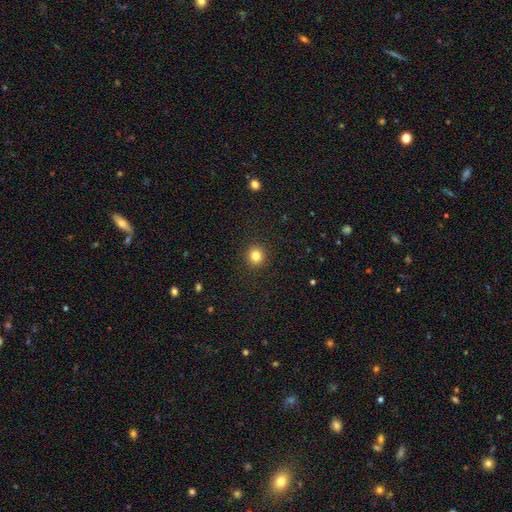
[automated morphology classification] Smooth or featured? smooth (82%)
How rounded? round (92%)
Merging? none (92%)